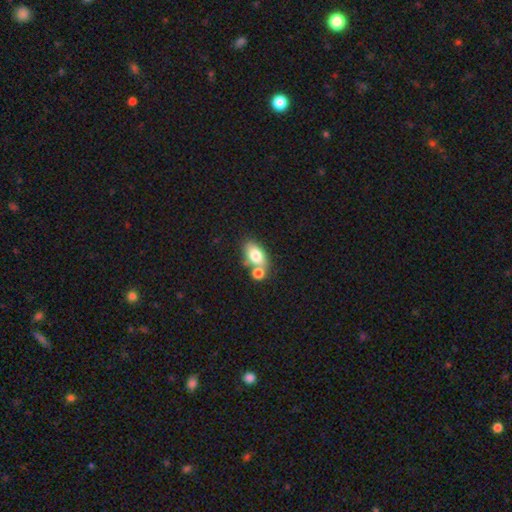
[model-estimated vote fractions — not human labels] This is likely a smooth galaxy (75%). How rounded: clearly in between (84%). Merging: possibly none (47%).